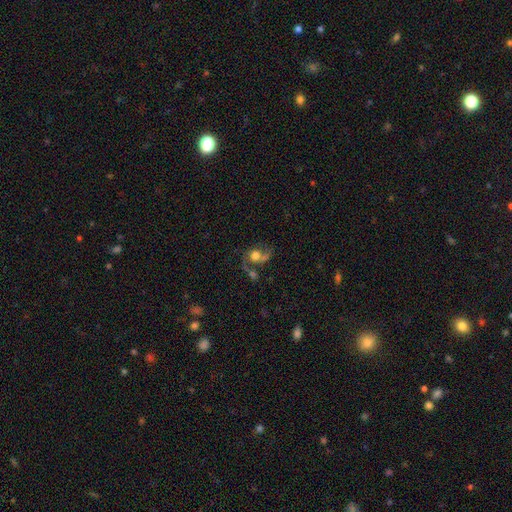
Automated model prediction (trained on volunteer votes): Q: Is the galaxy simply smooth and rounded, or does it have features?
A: featured or disk — 56%.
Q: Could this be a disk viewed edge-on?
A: no — 97%.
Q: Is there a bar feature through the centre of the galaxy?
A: no — 77%.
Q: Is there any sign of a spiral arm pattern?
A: yes — 80%.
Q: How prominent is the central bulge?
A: large — 41%.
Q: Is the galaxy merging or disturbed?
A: merger — 35%.